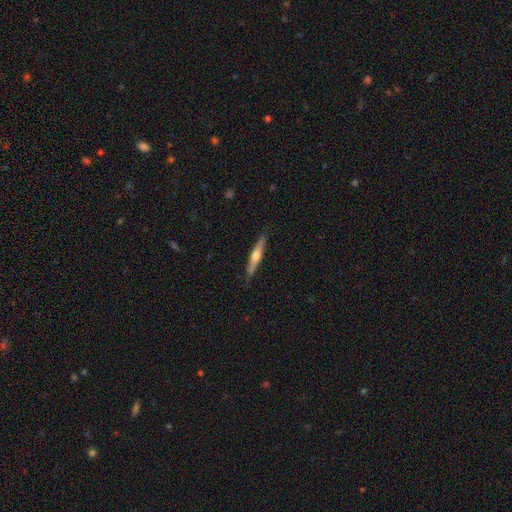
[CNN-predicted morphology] The model was most divided on "smooth or featured": featured or disk: 57%, smooth: 38%, star or artifact: 5%. More confident: edge-on disk — yes (96%); merging — none (86%); edge-on bulge — rounded (85%).